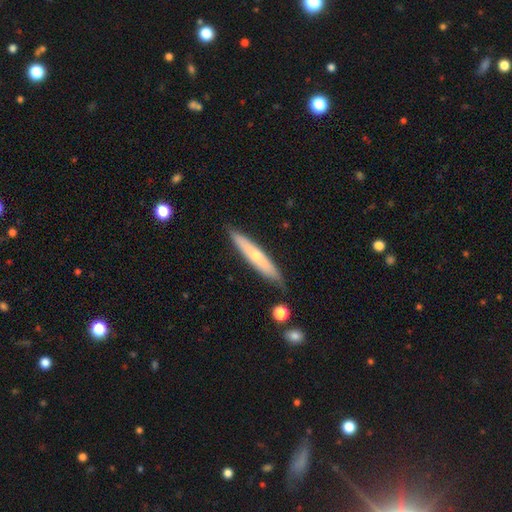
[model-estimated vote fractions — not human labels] The model was most divided on "smooth or featured": smooth: 52%, featured or disk: 42%, star or artifact: 6%. More confident: how rounded — cigar-shaped (90%); merging — none (84%).